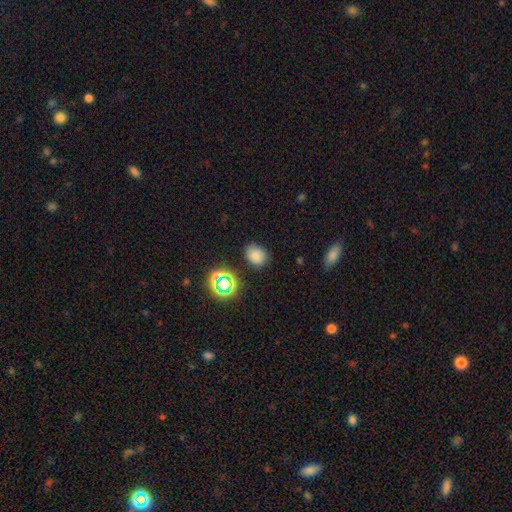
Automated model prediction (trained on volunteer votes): smooth_or_featured: smooth (p=0.74) [alt: star or artifact p=0.18]
how_rounded: round (p=0.55) [alt: in between p=0.44]
merging: none (p=0.78) [alt: minor disturbance p=0.16]